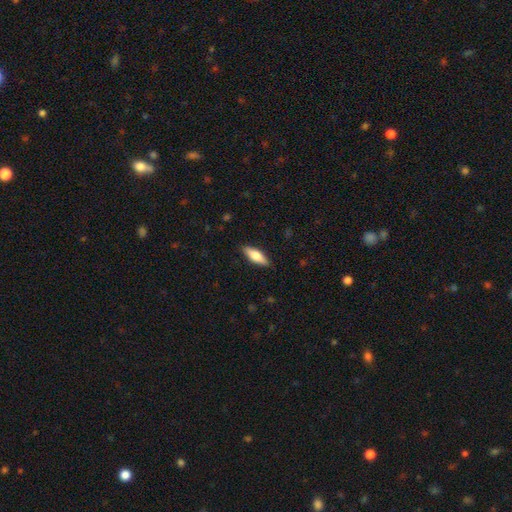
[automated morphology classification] type=smooth (70%); roundness=in between (59%); merging=none (88%).